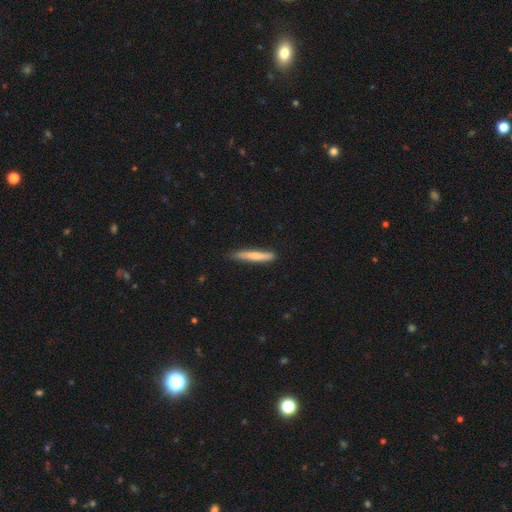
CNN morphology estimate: Overall: smooth (73%). How rounded: cigar-shaped (94%). Merging: none (82%).